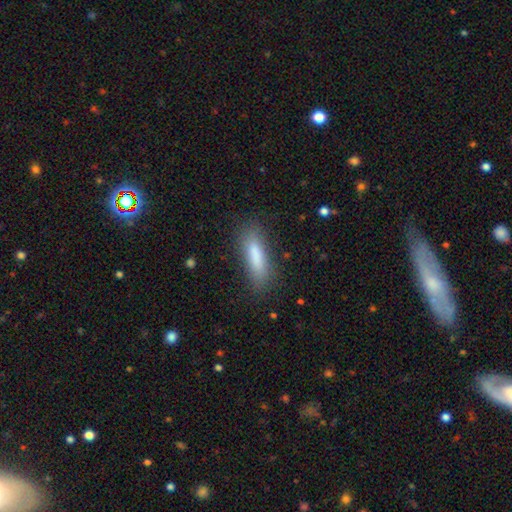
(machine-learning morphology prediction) Smooth or featured? Predicted: smooth (p=0.82). How rounded? Predicted: cigar-shaped (p=0.62). Merging? Predicted: none (p=0.82).